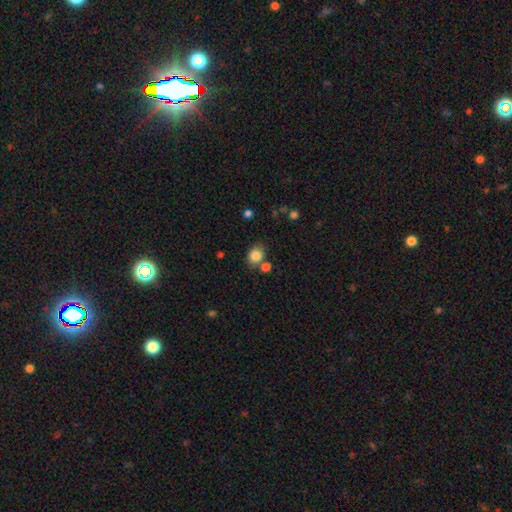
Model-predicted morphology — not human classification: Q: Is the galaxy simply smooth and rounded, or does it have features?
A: smooth — 84%.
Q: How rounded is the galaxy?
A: round — 51%.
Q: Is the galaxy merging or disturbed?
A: none — 67%.